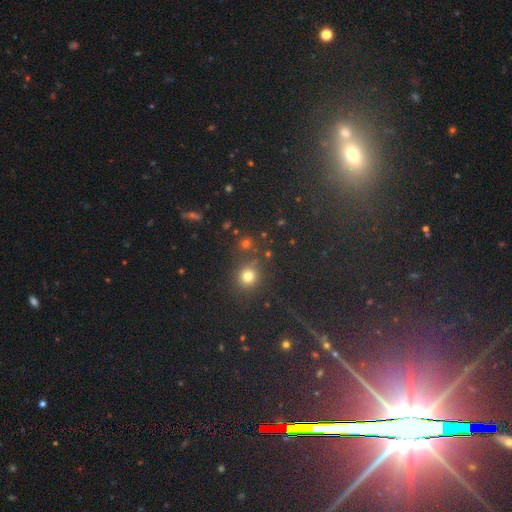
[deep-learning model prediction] smooth 57%, star or artifact 36%, featured or disk 7%. Down the decision tree: how rounded — round (88%); merging — none (82%).